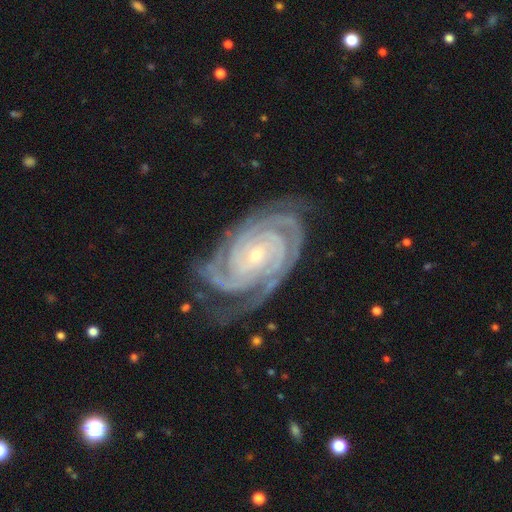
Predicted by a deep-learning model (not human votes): This is clearly a featured or disk galaxy (93%). It is clearly not viewed edge-on (97%). Bar: likely no (67%). Spiral arm pattern: clearly yes (99%). Spiral arm count: marginally 3 (30%). Spiral winding: clearly tight (83%). Central bulge: likely small (79%). Merging: likely none (74%).